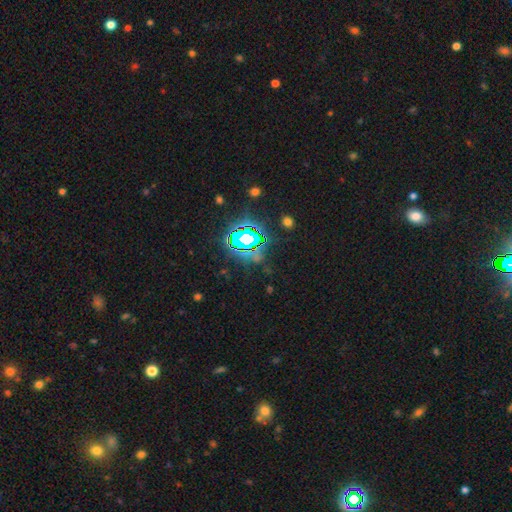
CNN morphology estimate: Overall: star or artifact (80%).